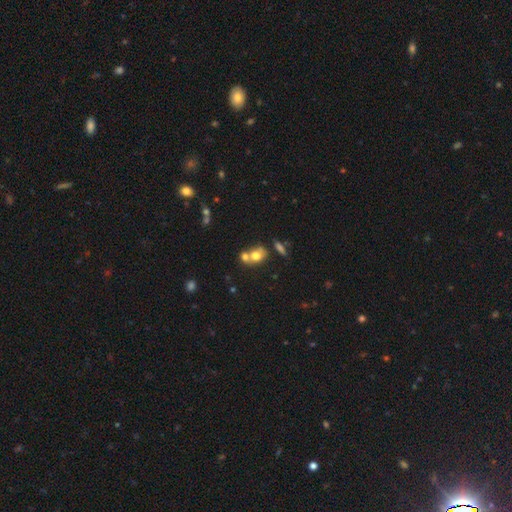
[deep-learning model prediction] A smooth galaxy with no disk features (69%) that is round (55%). Merging: merger (54%).